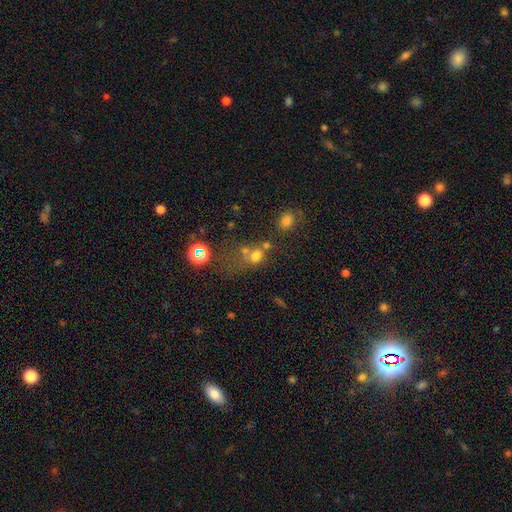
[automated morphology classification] This appears to be a smooth galaxy with no disk features (64%) that is round (62%). Merging: none (38%).